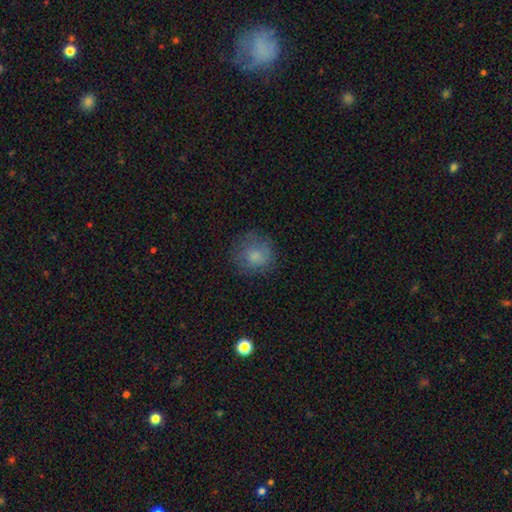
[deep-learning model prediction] A smooth galaxy with no disk features (77%) that is round (89%). Merging: none (75%).